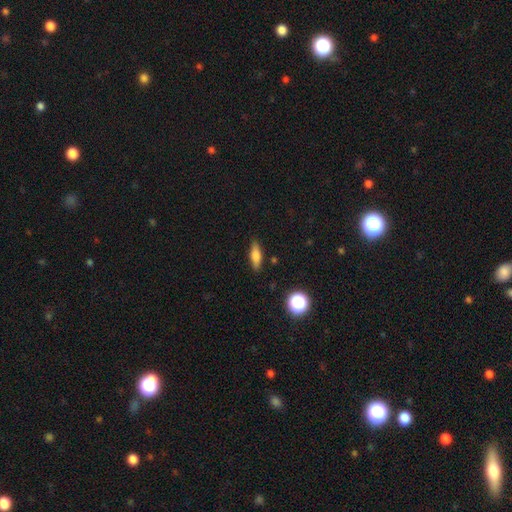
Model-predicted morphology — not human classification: smooth-or-featured: smooth: 66% | featured or disk: 25% | star or artifact: 9%
  how-rounded: in between: 48% | cigar-shaped: 47% | round: 5%
  merging: none: 86% | minor disturbance: 10% | major disturbance: 2% | merger: 1%